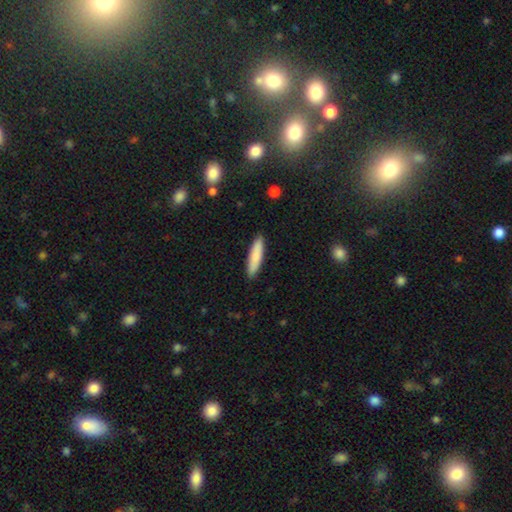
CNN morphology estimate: A smooth galaxy with no disk features (85%) that is cigar-shaped (77%). Merging: none (89%).